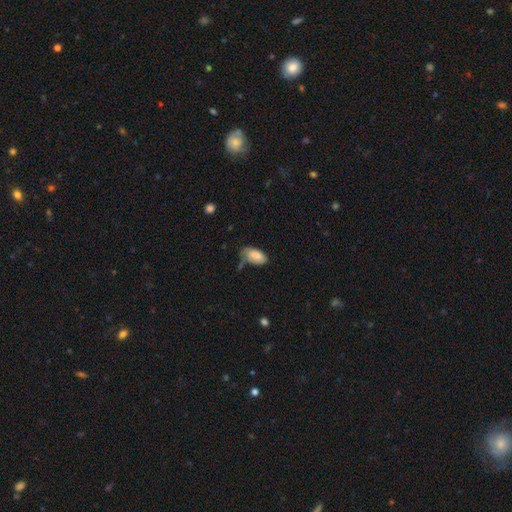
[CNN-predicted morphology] This is clearly a smooth galaxy (83%). How rounded: clearly in between (94%). Merging: possibly none (50%).